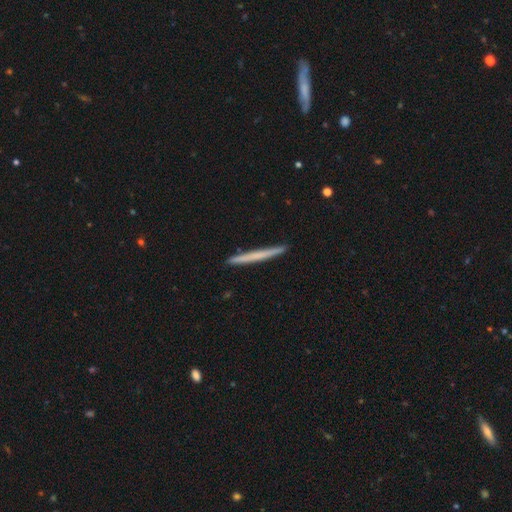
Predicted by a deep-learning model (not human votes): This is possibly a smooth galaxy (55%). How rounded: clearly cigar-shaped (97%). Merging: clearly none (92%).